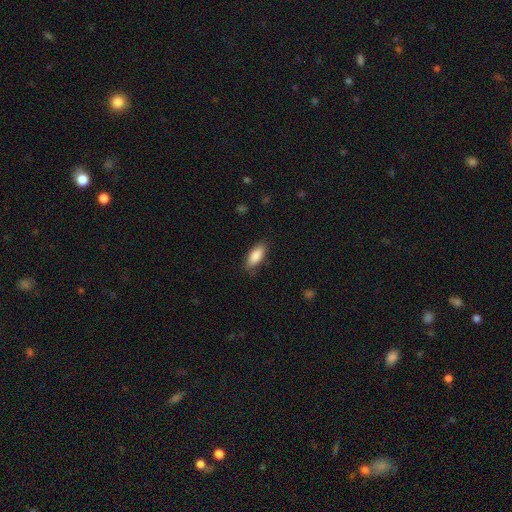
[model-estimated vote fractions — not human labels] smooth_or_featured: smooth (p=0.87) [alt: featured or disk p=0.07]
how_rounded: in between (p=0.82) [alt: cigar-shaped p=0.16]
merging: none (p=0.82) [alt: minor disturbance p=0.14]